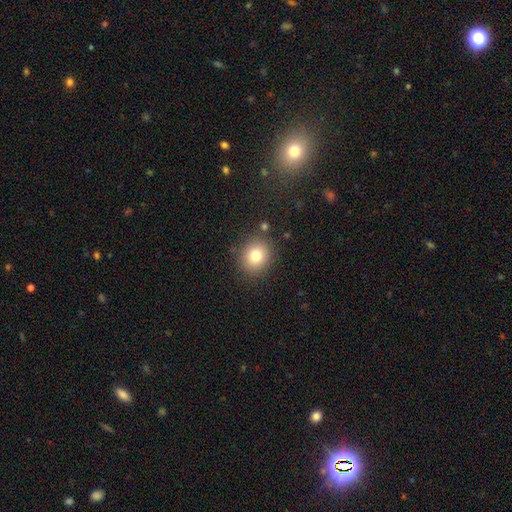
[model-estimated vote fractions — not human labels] This is likely a smooth galaxy (79%). How rounded: likely round (79%). Merging: clearly none (86%).